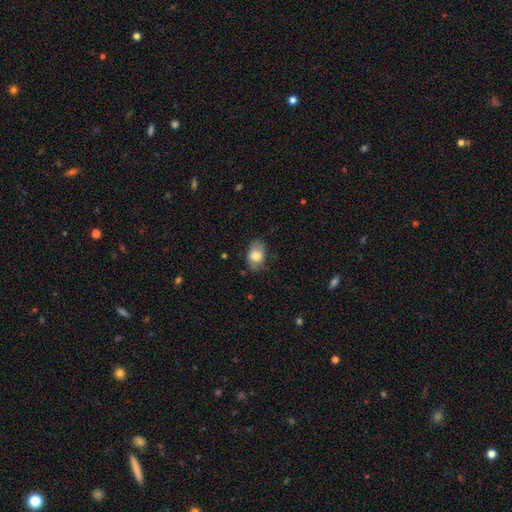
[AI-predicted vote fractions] The model was most divided on "merging": none: 67%, minor disturbance: 24%, major disturbance: 8%, merger: 1%. More confident: how rounded — in between (83%); smooth or featured — smooth (73%).